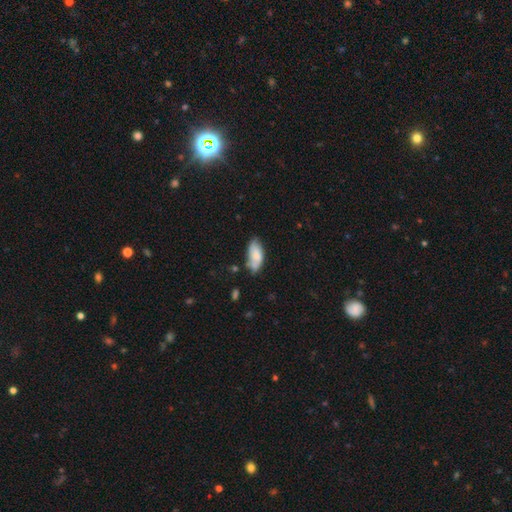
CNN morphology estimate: This appears to be a smooth galaxy with no disk features (72%) that is in between round and cigar-shaped (87%). Merging: none (59%).